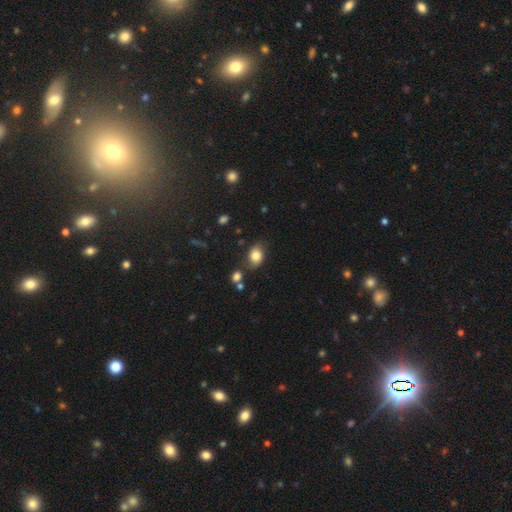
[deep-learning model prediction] This appears to be a smooth galaxy with no disk features (81%) that is in between round and cigar-shaped (72%). Merging: none (70%).